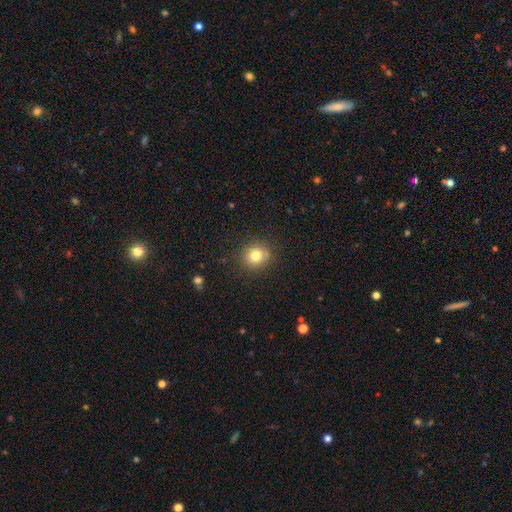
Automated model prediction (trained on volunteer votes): Smooth or featured: smooth — 80% (star or artifact — 12%)
How rounded: round — 85% (in between — 14%)
Merging: none — 86% (minor disturbance — 10%)